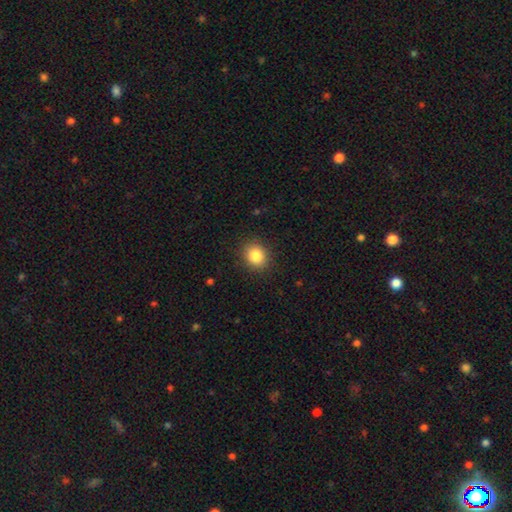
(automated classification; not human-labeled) Smooth or featured: smooth — 84% (star or artifact — 10%)
How rounded: round — 69% (in between — 30%)
Merging: none — 89% (minor disturbance — 8%)